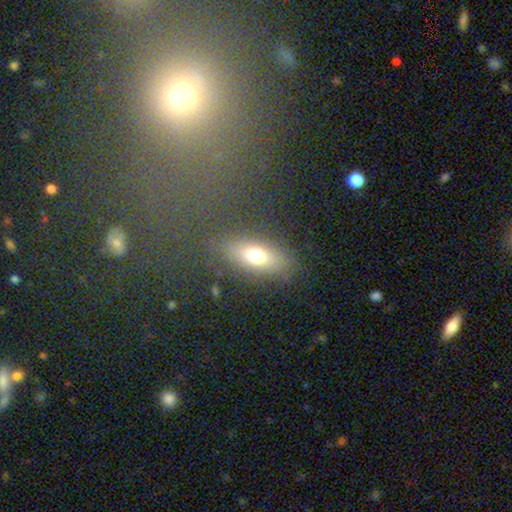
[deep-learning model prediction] Smooth or featured? Predicted: smooth (p=0.67). How rounded? Predicted: in between (p=0.74). Merging? Predicted: none (p=0.79).